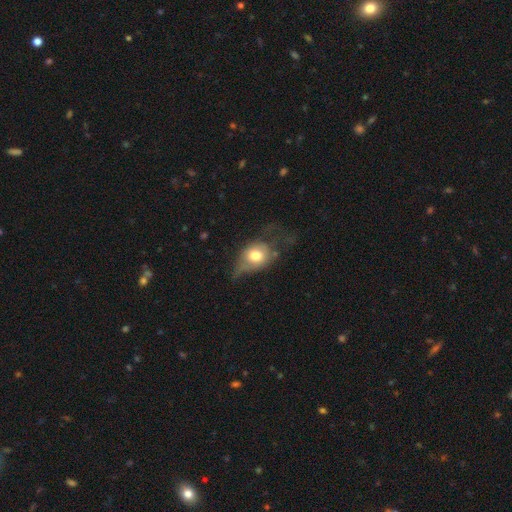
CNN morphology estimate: smooth-or-featured: smooth: 64% | featured or disk: 28% | star or artifact: 8%
  how-rounded: in between: 51% | round: 46% | cigar-shaped: 2%
  merging: major disturbance: 39% | minor disturbance: 30% | none: 29% | merger: 3%